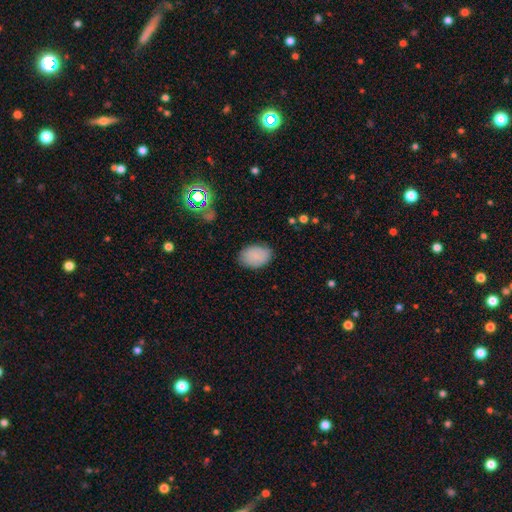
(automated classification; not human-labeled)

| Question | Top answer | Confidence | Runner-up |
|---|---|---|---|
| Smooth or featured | smooth | 84% | featured or disk (8%) |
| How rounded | in between | 84% | round (15%) |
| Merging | none | 82% | minor disturbance (14%) |